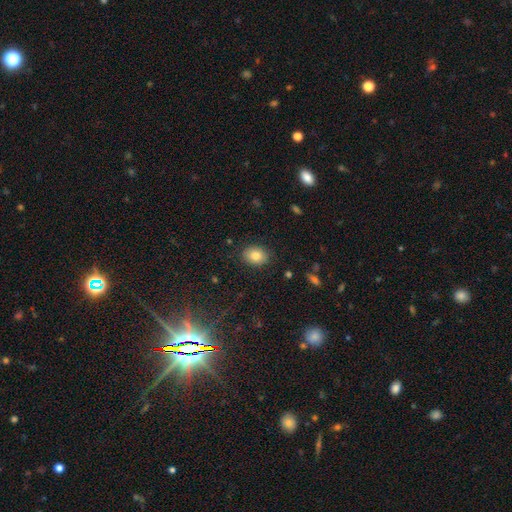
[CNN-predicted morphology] type=smooth (81%); roundness=in between (60%); merging=none (87%).